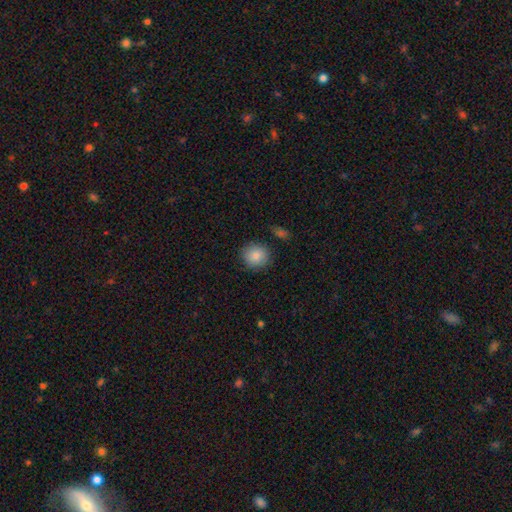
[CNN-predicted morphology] A smooth galaxy with no disk features (86%) that is round (86%). Merging: none (86%).